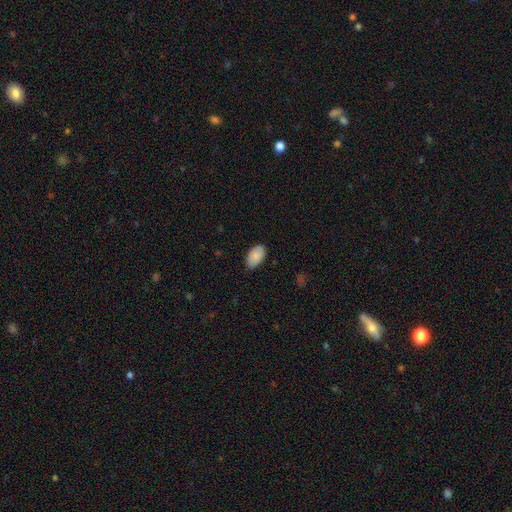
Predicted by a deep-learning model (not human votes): A smooth galaxy with no disk features (86%) that is in between round and cigar-shaped (94%). Merging: none (80%).